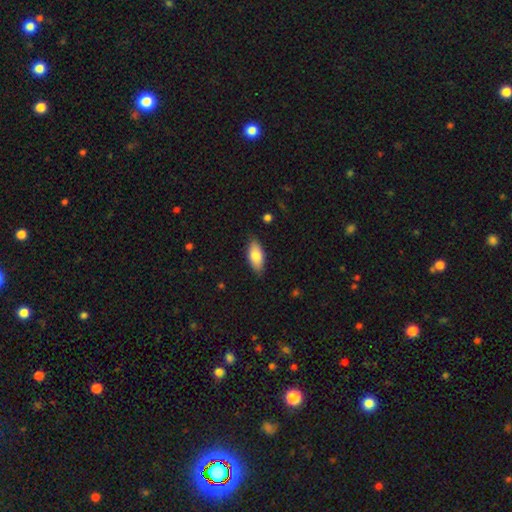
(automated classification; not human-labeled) This is clearly a smooth galaxy (81%). How rounded: clearly in between (87%). Merging: clearly none (83%).